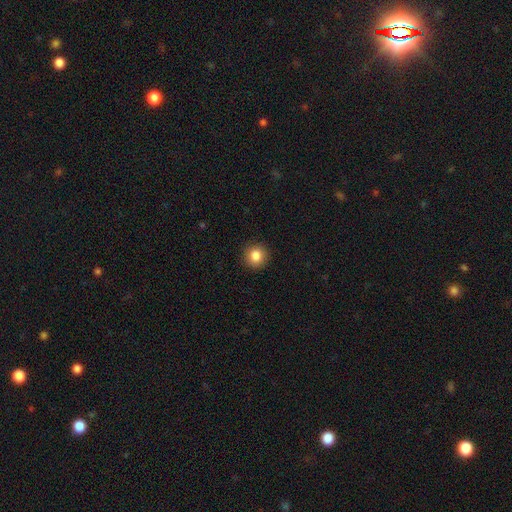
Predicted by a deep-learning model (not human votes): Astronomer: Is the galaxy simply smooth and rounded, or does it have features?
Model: smooth — 84%.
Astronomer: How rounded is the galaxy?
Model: round — 91%.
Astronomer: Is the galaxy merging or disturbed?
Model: none — 91%.